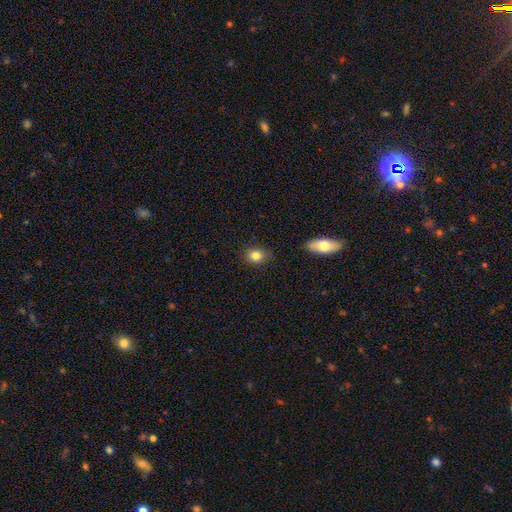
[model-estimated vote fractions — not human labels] smooth-or-featured: smooth: 83% | star or artifact: 10% | featured or disk: 7%
  how-rounded: round: 51% | in between: 48% | cigar-shaped: 1%
  merging: none: 85% | minor disturbance: 11% | major disturbance: 2% | merger: 1%